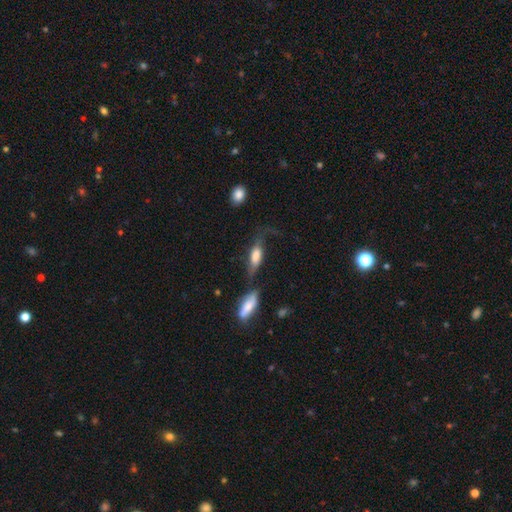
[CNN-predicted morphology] A smooth galaxy with no disk features (60%) that is in between round and cigar-shaped (69%). Merging: none (31%).